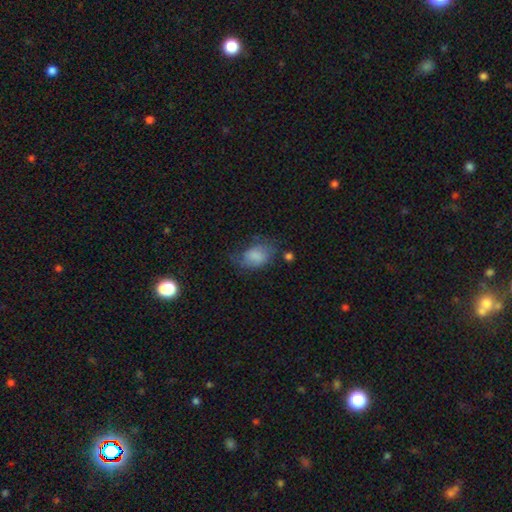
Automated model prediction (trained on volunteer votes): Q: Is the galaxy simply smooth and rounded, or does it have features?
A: smooth — 77%.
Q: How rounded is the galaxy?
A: in between — 81%.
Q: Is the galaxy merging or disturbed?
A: none — 46%.